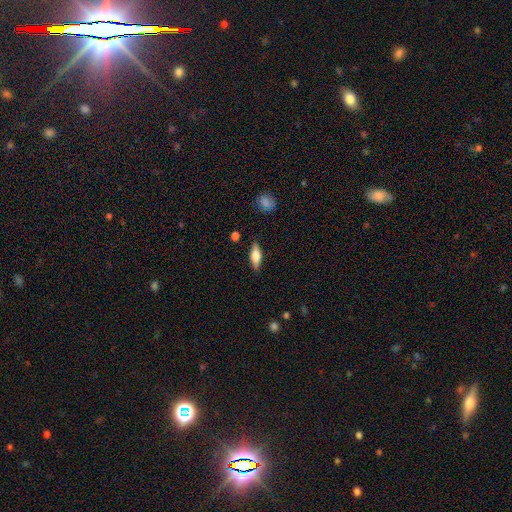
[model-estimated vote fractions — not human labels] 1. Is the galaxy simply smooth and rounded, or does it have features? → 61% smooth, 32% featured or disk, 7% star or artifact.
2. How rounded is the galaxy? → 64% in between, 33% cigar-shaped, 3% round.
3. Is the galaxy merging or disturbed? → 84% none, 12% minor disturbance, 3% major disturbance, 2% merger.